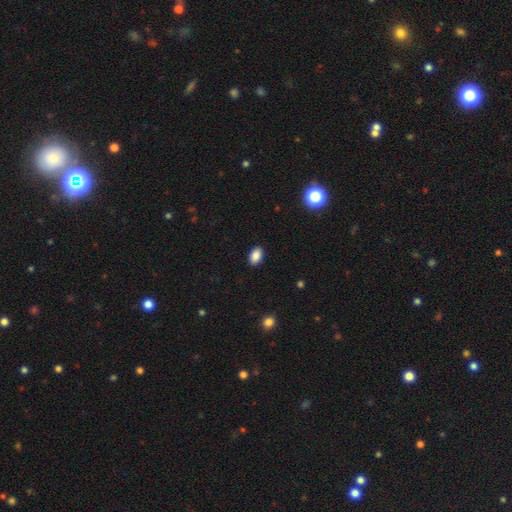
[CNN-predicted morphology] This appears to be a smooth galaxy with no disk features (88%) that is in between round and cigar-shaped (90%). Merging: none (90%).